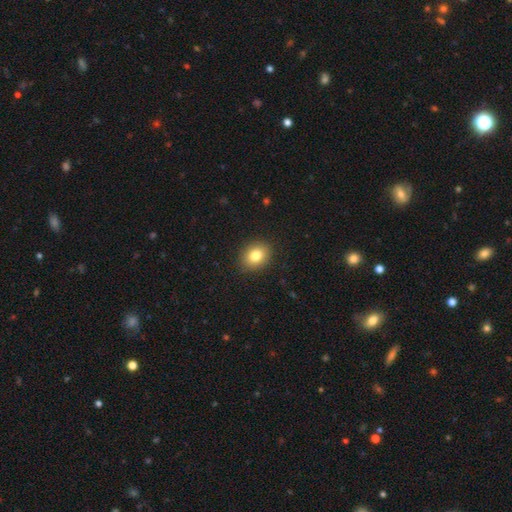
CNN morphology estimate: A smooth galaxy with no disk features (82%) that is in between round and cigar-shaped (51%). Merging: none (90%).